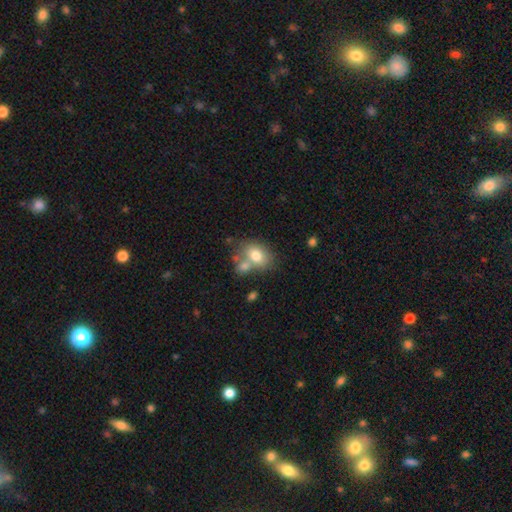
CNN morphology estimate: smooth 76%, featured or disk 15%, star or artifact 9%. Down the decision tree: how rounded — in between (72%); merging — none (47%).